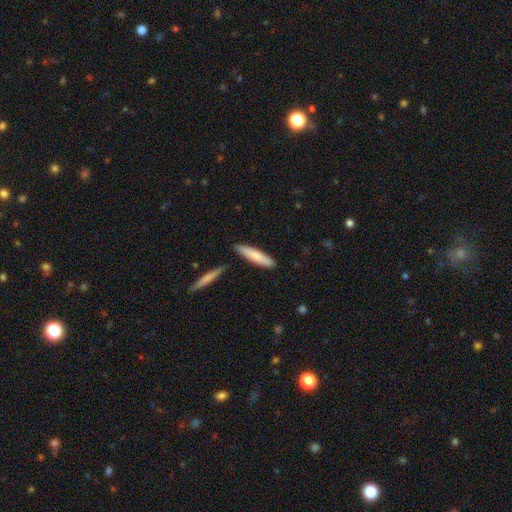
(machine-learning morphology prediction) This is likely a smooth galaxy (77%). How rounded: clearly cigar-shaped (81%). Merging: clearly none (84%).